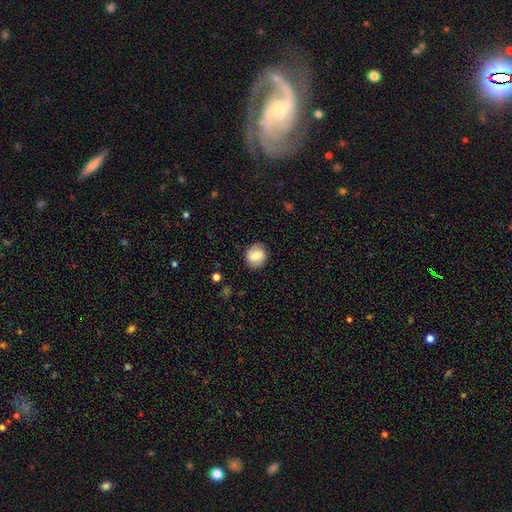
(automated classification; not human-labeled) This is likely a smooth galaxy (74%). How rounded: clearly round (80%). Merging: clearly none (85%).